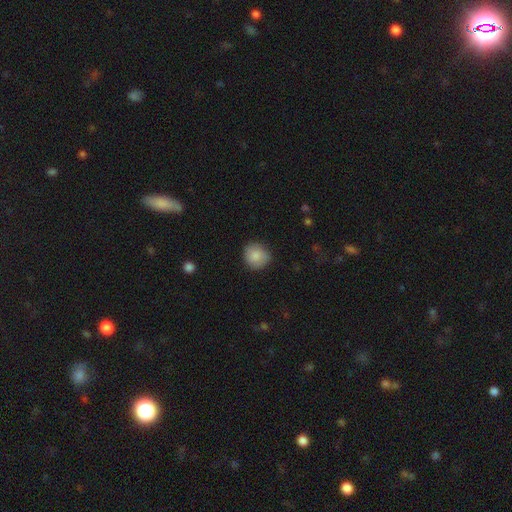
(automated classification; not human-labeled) Q: Smooth or featured?
A: smooth (86%); runner-up: star or artifact (7%)
Q: How rounded?
A: round (87%); runner-up: in between (12%)
Q: Merging?
A: none (81%); runner-up: minor disturbance (15%)